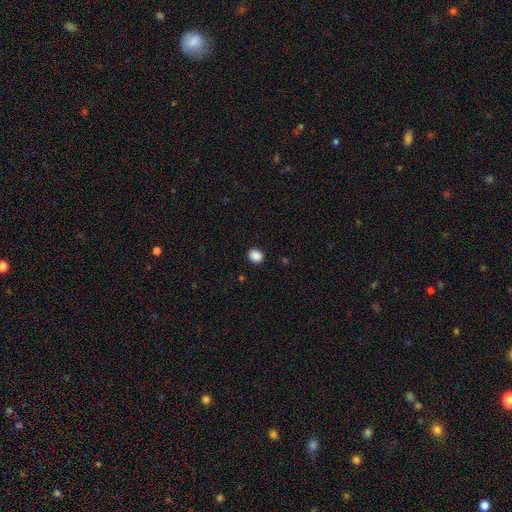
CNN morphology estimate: Smooth or featured?
  - smooth: 88% *
  - star or artifact: 9%
  - featured or disk: 2%
How rounded?
  - round: 71% *
  - in between: 28%
  - cigar-shaped: 1%
Merging?
  - none: 91% *
  - minor disturbance: 6%
  - major disturbance: 2%
  - merger: 1%